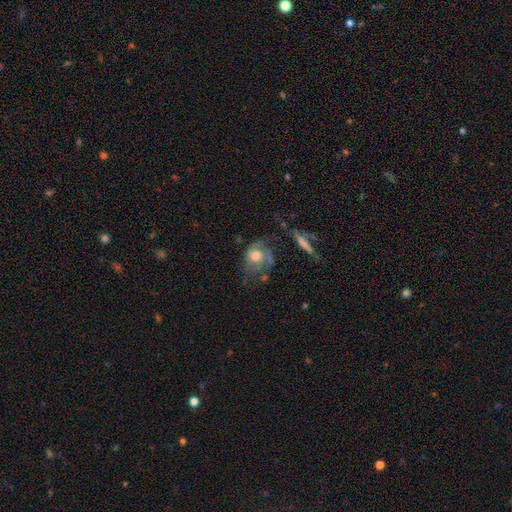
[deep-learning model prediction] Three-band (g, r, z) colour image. It shows a featured or disk galaxy (54%) with no bar (82%), spiral arms (63%) and a moderate central bulge (51%). Merging: none (36%).